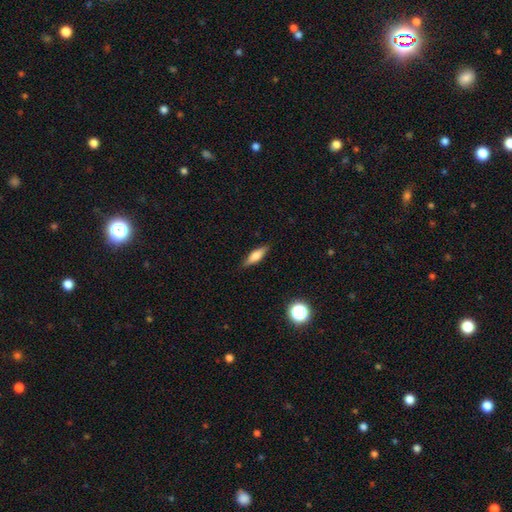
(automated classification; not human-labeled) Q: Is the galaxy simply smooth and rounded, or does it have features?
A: smooth — 58%.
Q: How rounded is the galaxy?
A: cigar-shaped — 57%.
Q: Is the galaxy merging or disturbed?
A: none — 86%.